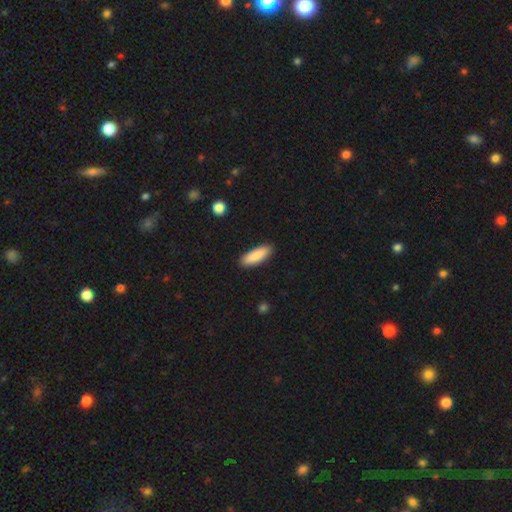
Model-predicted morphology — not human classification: Smooth or featured: smooth — 87% (featured or disk — 8%)
How rounded: in between — 57% (cigar-shaped — 42%)
Merging: none — 89% (minor disturbance — 8%)